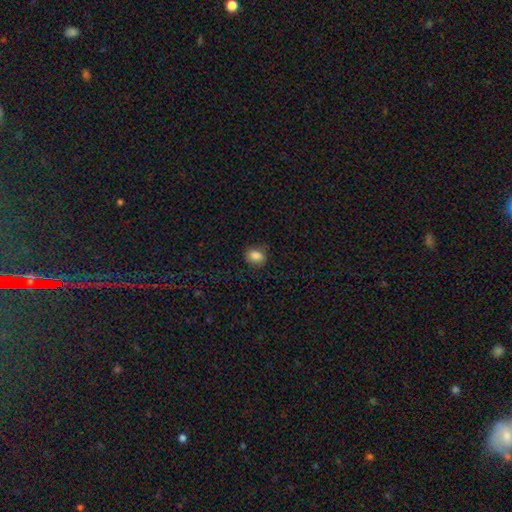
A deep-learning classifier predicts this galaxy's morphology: smooth 85%, star or artifact 10%, featured or disk 5%. Down the decision tree: how rounded — in between (59%); merging — none (81%).